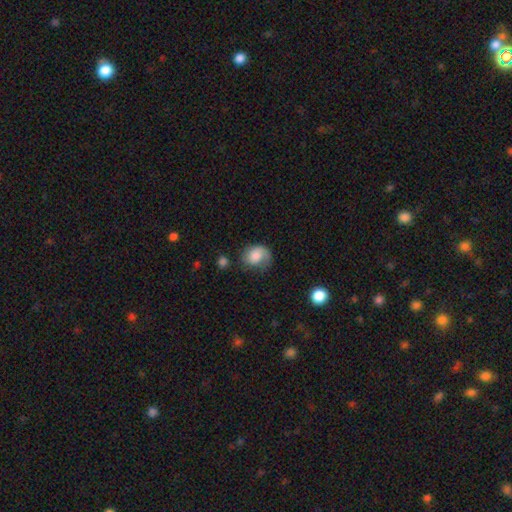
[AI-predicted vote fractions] smooth_or_featured: smooth (p=0.66) [alt: featured or disk p=0.26]
how_rounded: round (p=0.51) [alt: in between p=0.48]
merging: none (p=0.42) [alt: minor disturbance p=0.31]